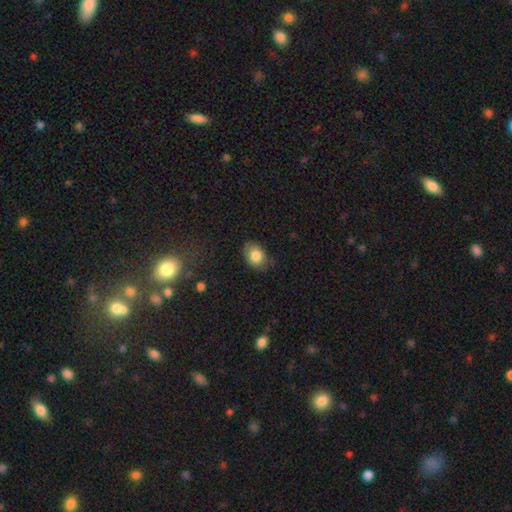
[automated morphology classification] smooth-or-featured: smooth: 81% | featured or disk: 11% | star or artifact: 8%
  how-rounded: in between: 78% | round: 20% | cigar-shaped: 1%
  merging: none: 79% | minor disturbance: 17% | major disturbance: 3% | merger: 1%